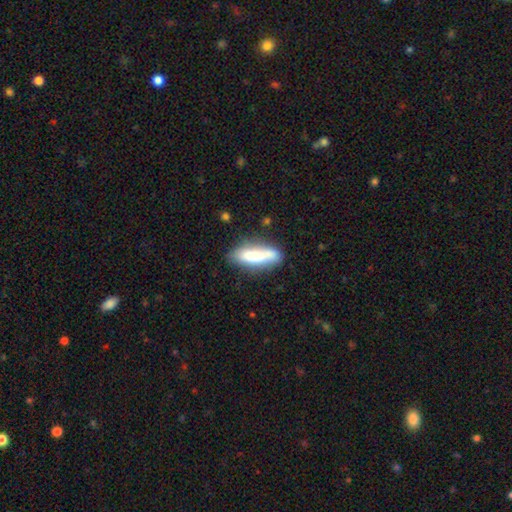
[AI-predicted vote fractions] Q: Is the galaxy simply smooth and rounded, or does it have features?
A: smooth — 71%.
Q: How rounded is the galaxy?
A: cigar-shaped — 62%.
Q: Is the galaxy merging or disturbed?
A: none — 66%.